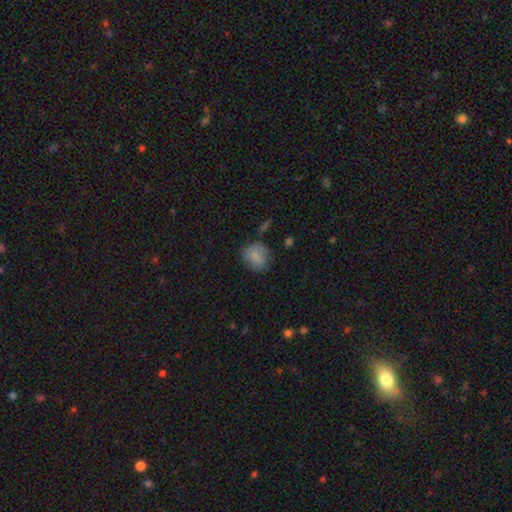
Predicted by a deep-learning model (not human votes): Smooth or featured? smooth (83%)
How rounded? round (72%)
Merging? none (69%)